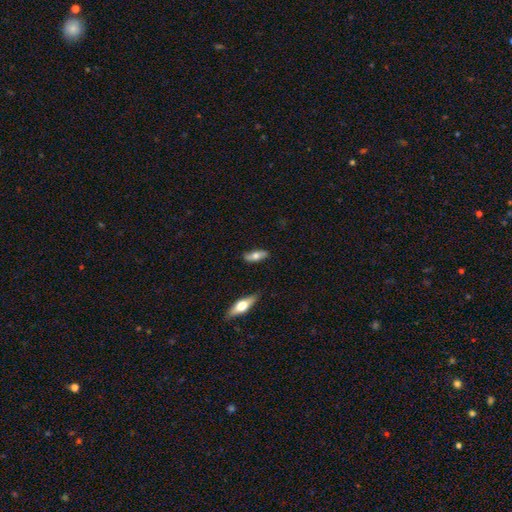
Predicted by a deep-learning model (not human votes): smooth 58%, featured or disk 35%, star or artifact 6%. Down the decision tree: how rounded — in between (64%); merging — none (83%).